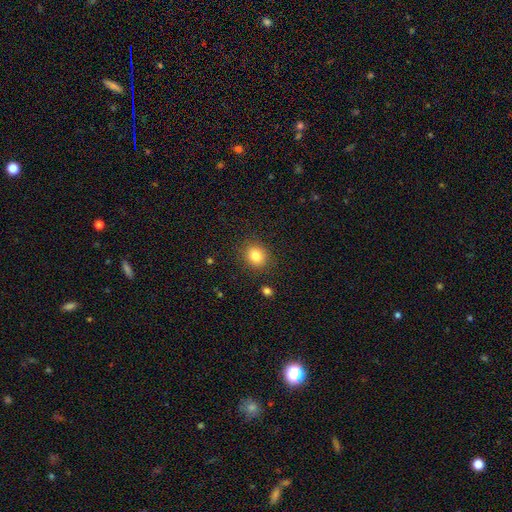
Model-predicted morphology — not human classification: Q: Smooth or featured?
A: smooth (83%); runner-up: star or artifact (11%)
Q: How rounded?
A: round (76%); runner-up: in between (23%)
Q: Merging?
A: none (87%); runner-up: minor disturbance (8%)